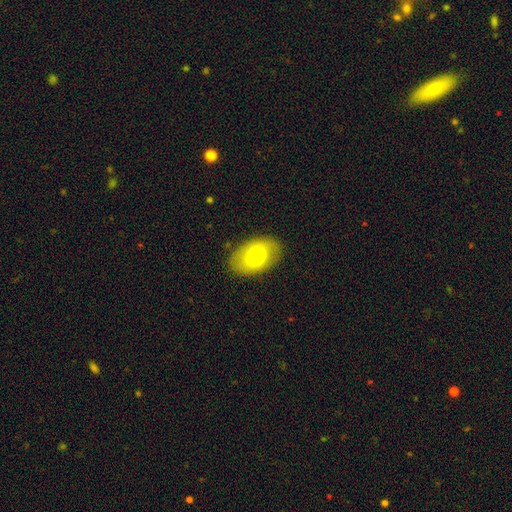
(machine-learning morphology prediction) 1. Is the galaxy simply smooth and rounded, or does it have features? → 63% smooth, 30% featured or disk, 7% star or artifact.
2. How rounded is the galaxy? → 86% in between, 13% round, 1% cigar-shaped.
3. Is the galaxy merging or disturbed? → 83% none, 12% minor disturbance, 4% major disturbance, 1% merger.